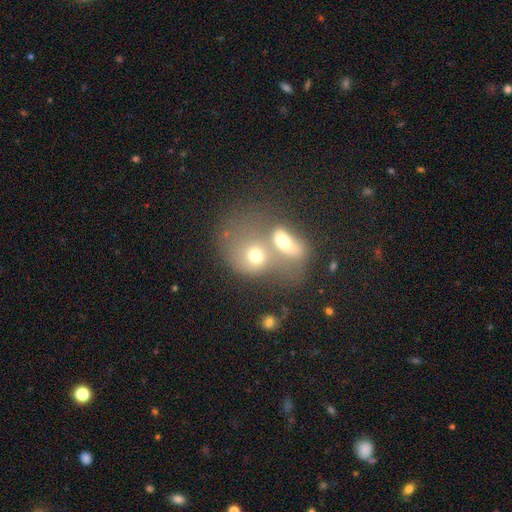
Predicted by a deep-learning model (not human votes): Smooth or featured?
  - smooth: 49% *
  - featured or disk: 37%
  - star or artifact: 14%
Merging?
  - merger: 82% *
  - none: 10%
  - major disturbance: 4%
  - minor disturbance: 4%